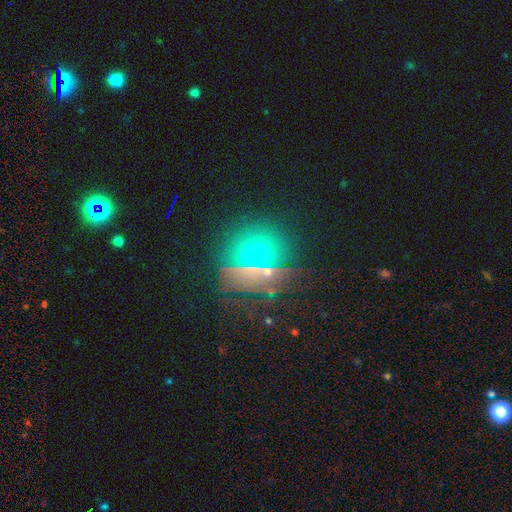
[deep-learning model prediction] A star or artifact, not a galaxy (43%).